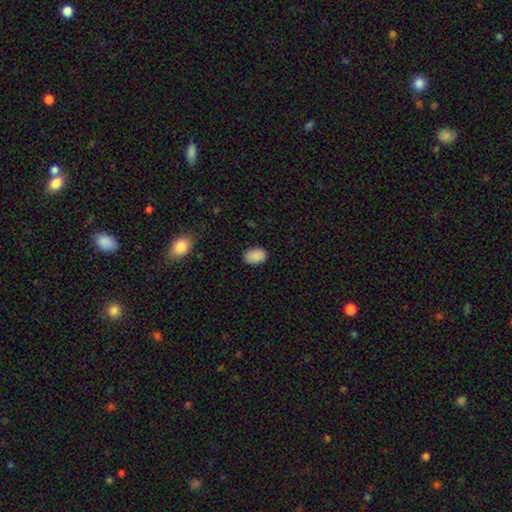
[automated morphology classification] A smooth galaxy with no disk features (89%) that is in between round and cigar-shaped (86%).

Vote fractions:
- Smooth or featured? smooth: 89% / star or artifact: 8% / featured or disk: 3%
- How rounded? in between: 86% / round: 13% / cigar-shaped: 1%
- Merging? none: 86% / minor disturbance: 11% / major disturbance: 2% / merger: 1%